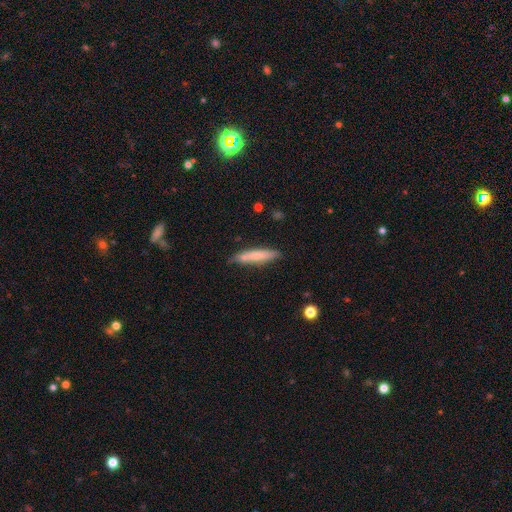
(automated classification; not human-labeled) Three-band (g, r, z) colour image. It shows a smooth galaxy with no disk features (69%) that is cigar-shaped (86%). Merging: none (79%).